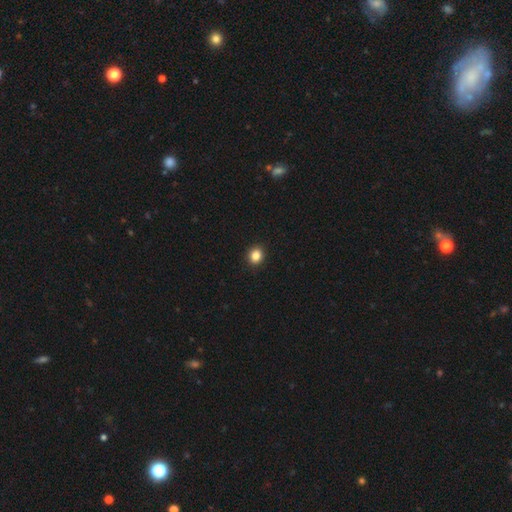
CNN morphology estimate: A smooth galaxy with no disk features (85%) that is round (70%). Merging: none (92%).